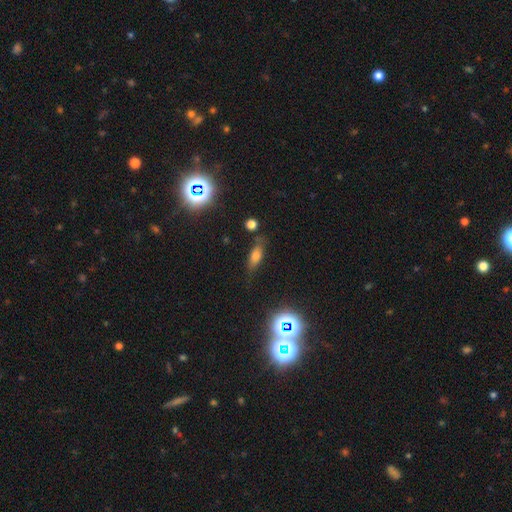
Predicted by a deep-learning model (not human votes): A smooth galaxy with no disk features (65%) that is in between round and cigar-shaped (64%).

Vote fractions:
- Smooth or featured? smooth: 65% / featured or disk: 19% / star or artifact: 17%
- How rounded? in between: 64% / cigar-shaped: 31% / round: 6%
- Merging? none: 68% / minor disturbance: 21% / major disturbance: 6% / merger: 5%